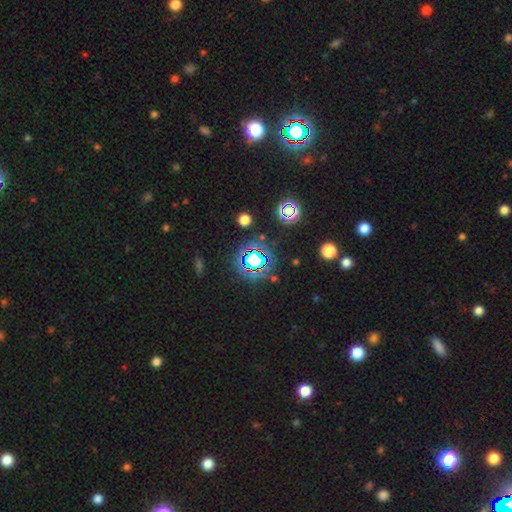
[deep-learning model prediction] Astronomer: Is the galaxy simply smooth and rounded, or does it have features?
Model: star or artifact — 67%.